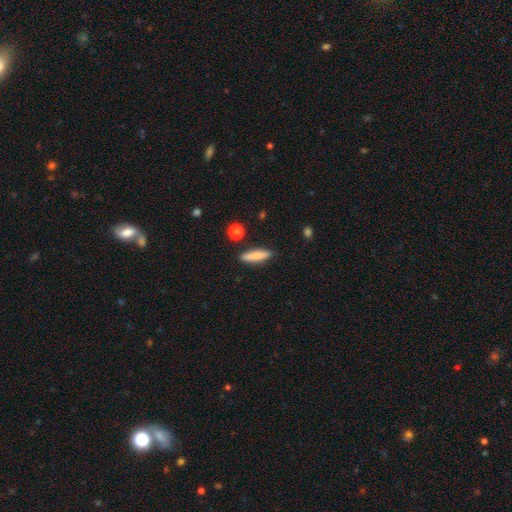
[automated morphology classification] smooth_or_featured: smooth (p=0.79) [alt: featured or disk p=0.14]
how_rounded: cigar-shaped (p=0.73) [alt: in between p=0.25]
merging: none (p=0.85) [alt: minor disturbance p=0.10]